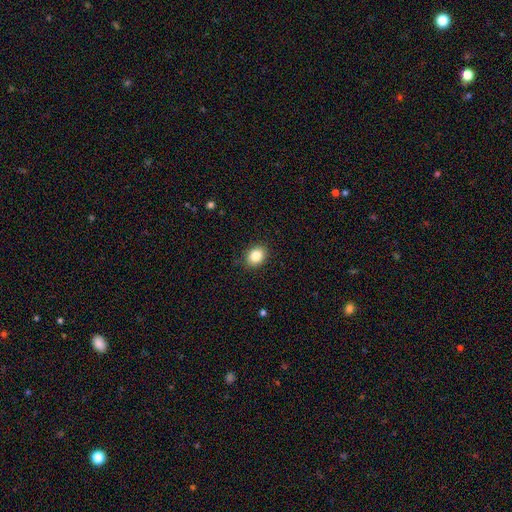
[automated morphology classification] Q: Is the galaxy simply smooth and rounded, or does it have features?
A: smooth — 84%.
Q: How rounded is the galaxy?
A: in between — 55%.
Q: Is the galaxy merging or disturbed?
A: none — 87%.